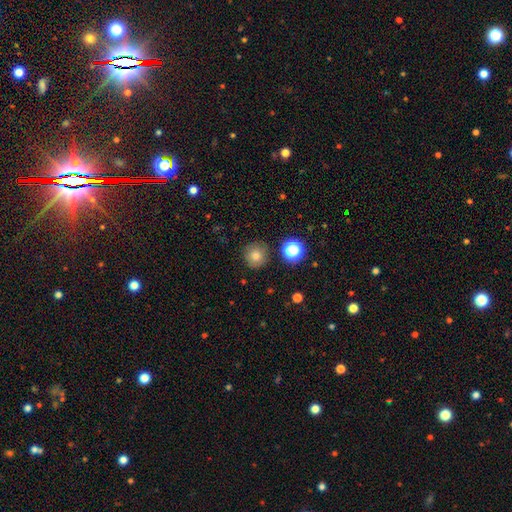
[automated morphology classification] type=smooth (77%); roundness=round (95%); merging=none (87%).